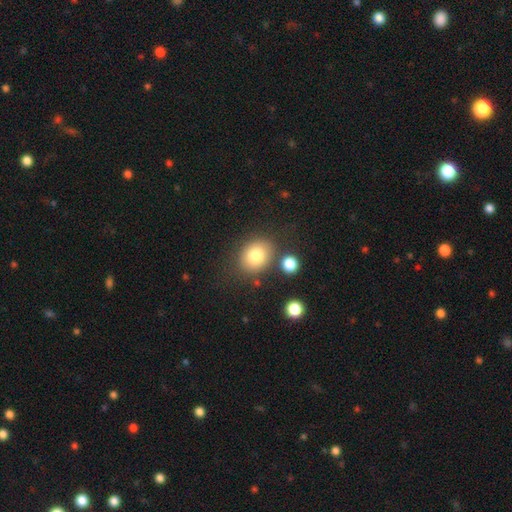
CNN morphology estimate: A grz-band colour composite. It shows a smooth galaxy with no disk features (80%) that is round (55%). Merging: none (78%).